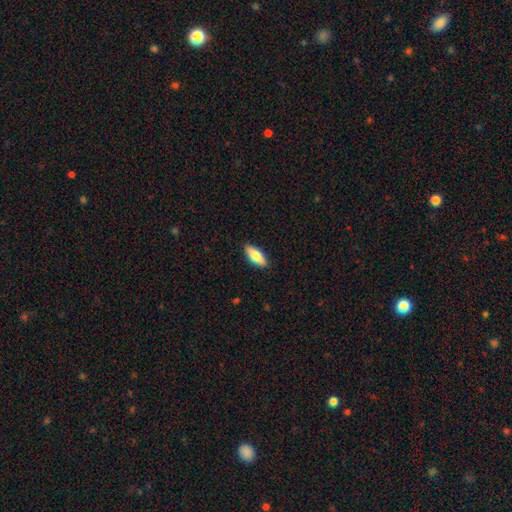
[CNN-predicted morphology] Smooth or featured: smooth — 71% (featured or disk — 24%)
How rounded: in between — 66% (cigar-shaped — 32%)
Merging: none — 89% (minor disturbance — 8%)